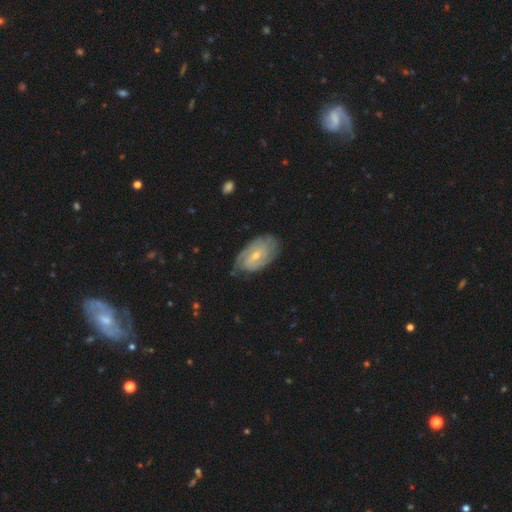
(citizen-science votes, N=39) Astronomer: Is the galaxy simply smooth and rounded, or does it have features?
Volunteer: featured or disk — 64%.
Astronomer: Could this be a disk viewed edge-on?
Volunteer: no — 96%.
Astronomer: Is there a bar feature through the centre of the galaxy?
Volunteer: weak — 46% (runner-up: no, 33%).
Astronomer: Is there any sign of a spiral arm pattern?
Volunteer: yes — 96%.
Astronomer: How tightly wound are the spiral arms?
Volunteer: tight — 57%.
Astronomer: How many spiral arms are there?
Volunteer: can't tell — 39% (runner-up: 2, 35%).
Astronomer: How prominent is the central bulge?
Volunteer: moderate — 54% (runner-up: small, 46%).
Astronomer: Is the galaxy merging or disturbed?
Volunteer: none — 69%.